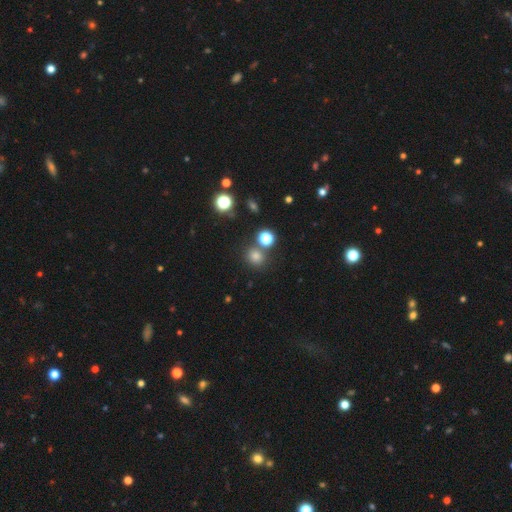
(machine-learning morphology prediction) Smooth or featured: smooth — 74% (star or artifact — 20%)
How rounded: round — 82% (in between — 17%)
Merging: none — 75% (merger — 13%)